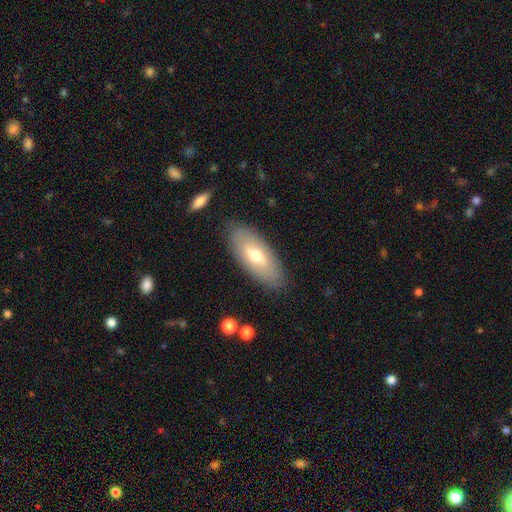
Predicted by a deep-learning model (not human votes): smooth_or_featured: smooth (p=0.62) [alt: featured or disk p=0.32]
how_rounded: in between (p=0.84) [alt: cigar-shaped p=0.14]
merging: none (p=0.85) [alt: minor disturbance p=0.11]